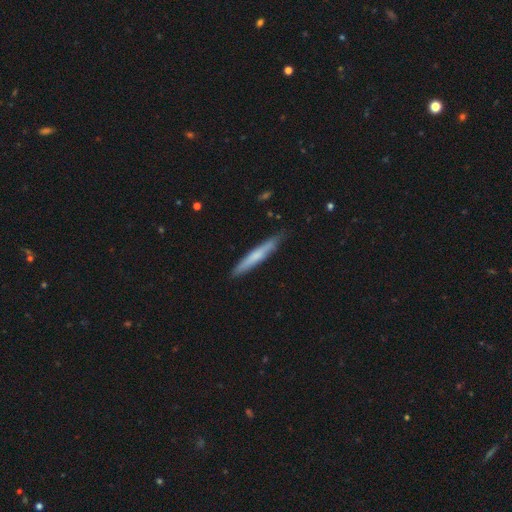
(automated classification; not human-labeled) smooth_or_featured: smooth (p=0.57) [alt: featured or disk p=0.37]
how_rounded: cigar-shaped (p=0.95) [alt: in between p=0.03]
merging: none (p=0.85) [alt: minor disturbance p=0.12]